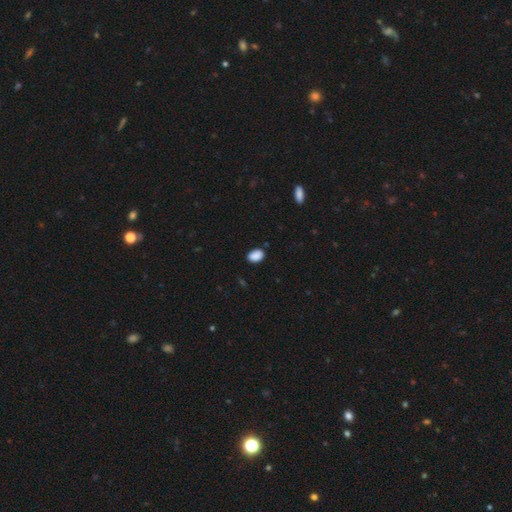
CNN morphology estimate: Smooth or featured: smooth — 89% (star or artifact — 8%)
How rounded: in between — 84% (round — 15%)
Merging: none — 83% (minor disturbance — 13%)